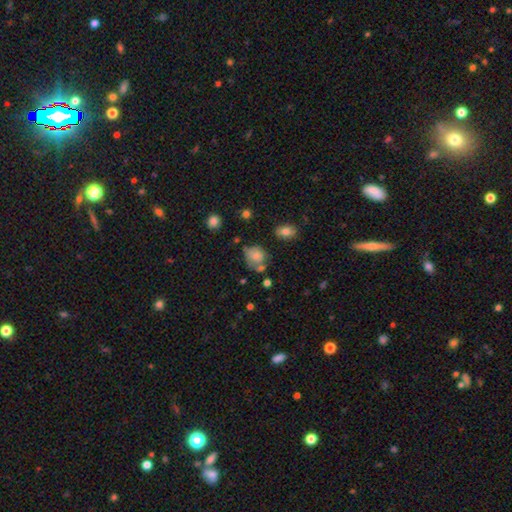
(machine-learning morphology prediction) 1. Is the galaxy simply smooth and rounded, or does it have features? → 70% smooth, 19% featured or disk, 11% star or artifact.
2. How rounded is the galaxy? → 59% round, 40% in between, 1% cigar-shaped.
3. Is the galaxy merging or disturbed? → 42% none, 29% minor disturbance, 17% major disturbance, 13% merger.